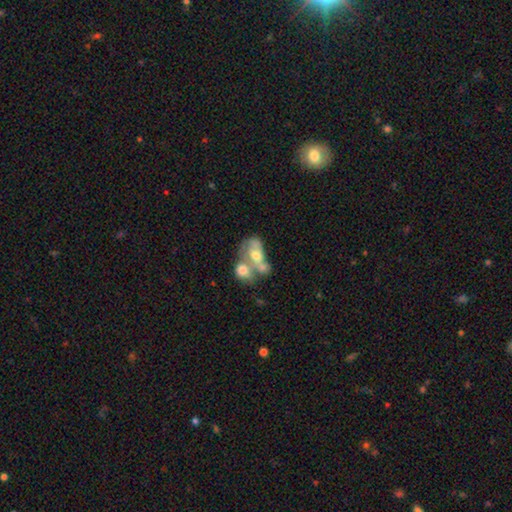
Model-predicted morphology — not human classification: Smooth or featured: smooth — 47% (featured or disk — 43%)
Merging: merger — 72% (none — 12%)